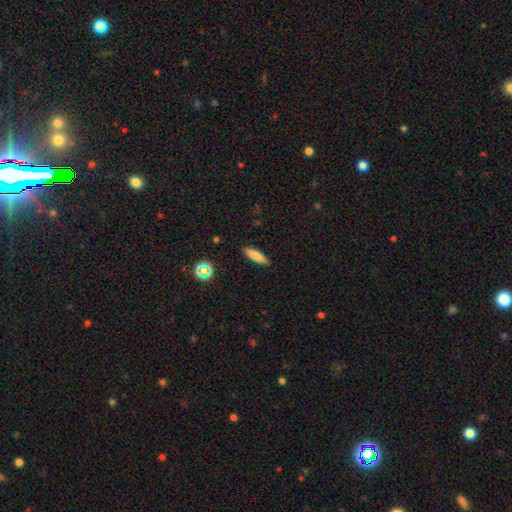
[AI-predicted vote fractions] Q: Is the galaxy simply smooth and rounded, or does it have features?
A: smooth — 78%.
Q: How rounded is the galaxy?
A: cigar-shaped — 57%.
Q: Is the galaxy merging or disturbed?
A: none — 88%.